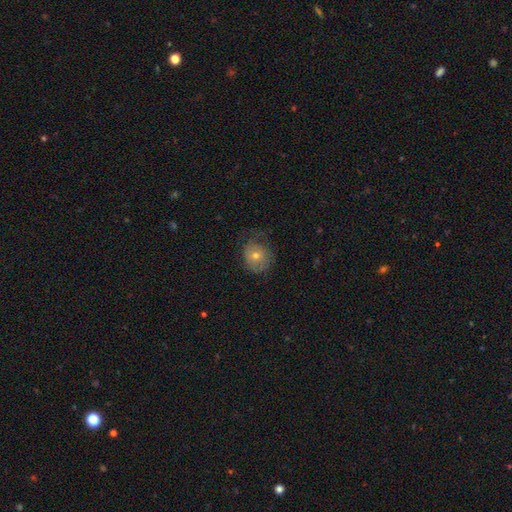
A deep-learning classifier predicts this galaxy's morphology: Smooth or featured? Predicted: smooth (p=0.52). How rounded? Predicted: round (p=0.76). Merging? Predicted: none (p=0.59).